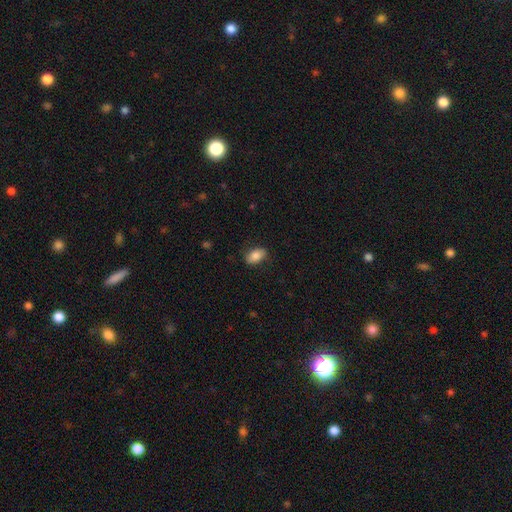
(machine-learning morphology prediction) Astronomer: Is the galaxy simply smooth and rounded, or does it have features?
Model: smooth — 83%.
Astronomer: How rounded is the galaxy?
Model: in between — 91%.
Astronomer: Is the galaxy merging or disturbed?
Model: none — 80%.